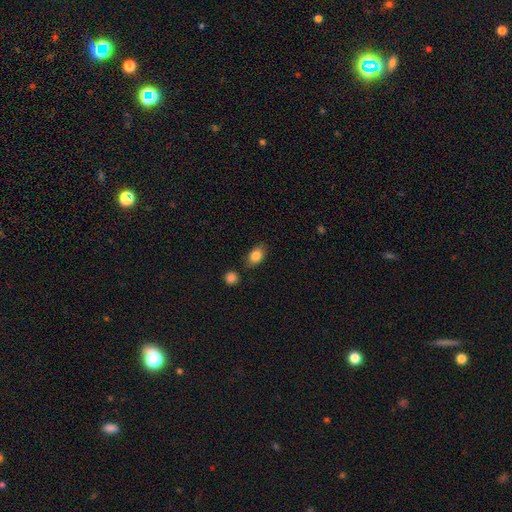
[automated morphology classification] type=smooth (84%); roundness=in between (85%); merging=none (80%).